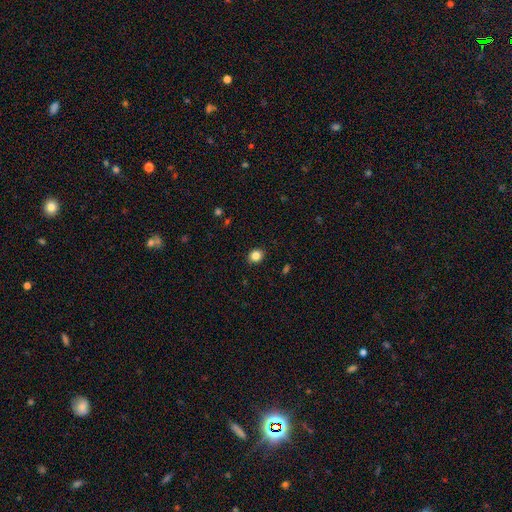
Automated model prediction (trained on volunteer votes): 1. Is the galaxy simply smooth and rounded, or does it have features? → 85% smooth, 10% star or artifact, 5% featured or disk.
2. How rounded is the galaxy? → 57% round, 42% in between, 1% cigar-shaped.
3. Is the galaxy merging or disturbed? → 90% none, 8% minor disturbance, 2% major disturbance, 1% merger.